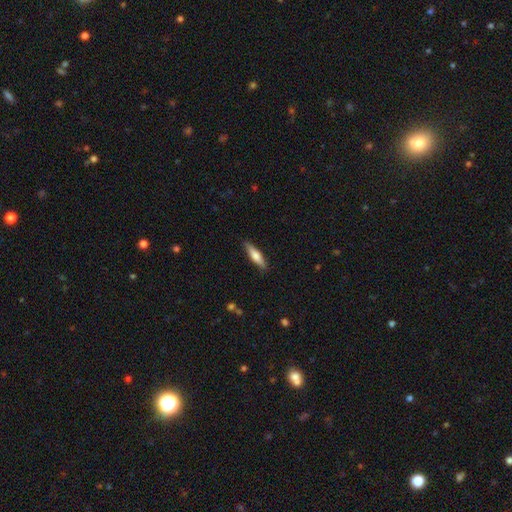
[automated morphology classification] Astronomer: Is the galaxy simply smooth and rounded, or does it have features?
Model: smooth — 67%.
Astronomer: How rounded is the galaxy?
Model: cigar-shaped — 71%.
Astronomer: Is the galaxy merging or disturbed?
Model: none — 87%.